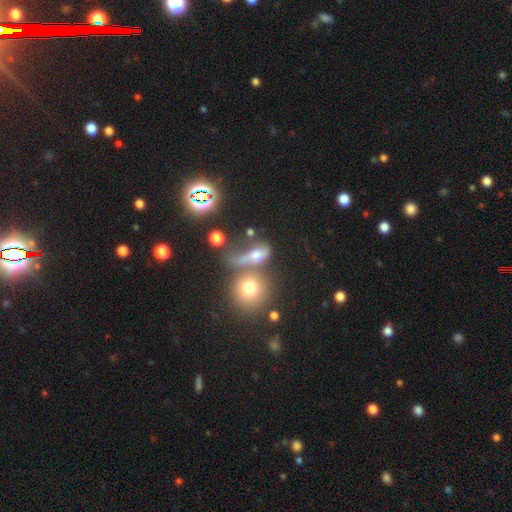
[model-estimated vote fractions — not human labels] The model was most divided on "merging": merger: 47%, none: 29%, major disturbance: 13%, minor disturbance: 11%. Remaining: smooth or featured — smooth (49%).